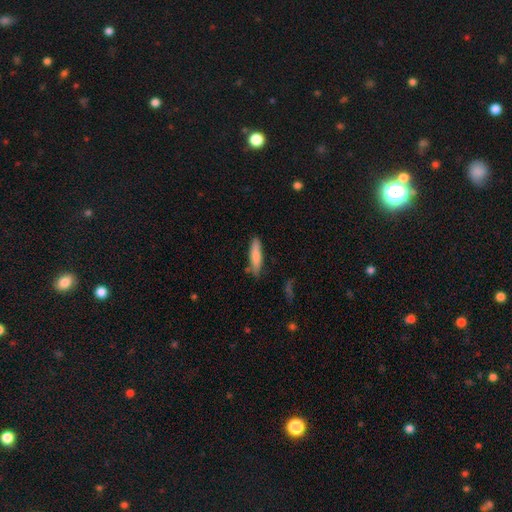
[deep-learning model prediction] Smooth or featured: smooth — 76% (featured or disk — 18%)
How rounded: cigar-shaped — 76% (in between — 23%)
Merging: none — 78% (minor disturbance — 15%)